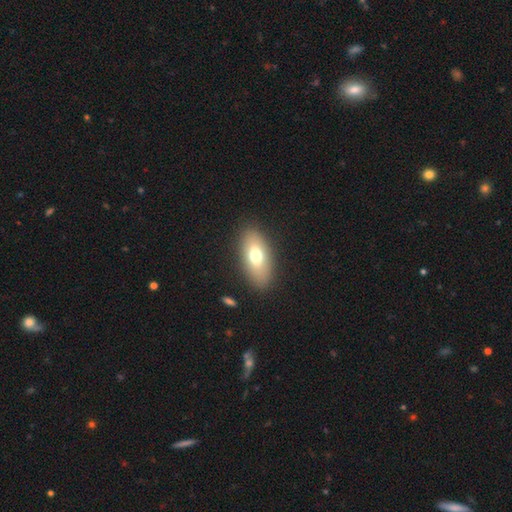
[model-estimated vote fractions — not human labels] Overall: smooth (70%). How rounded: in between (87%). Merging: none (87%).